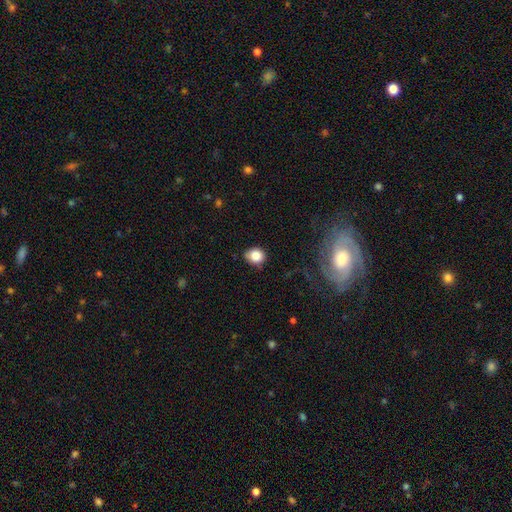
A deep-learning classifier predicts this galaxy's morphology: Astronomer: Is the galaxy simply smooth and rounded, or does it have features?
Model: smooth — 84%.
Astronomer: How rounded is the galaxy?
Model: round — 70%.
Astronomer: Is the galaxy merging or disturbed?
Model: none — 77%.